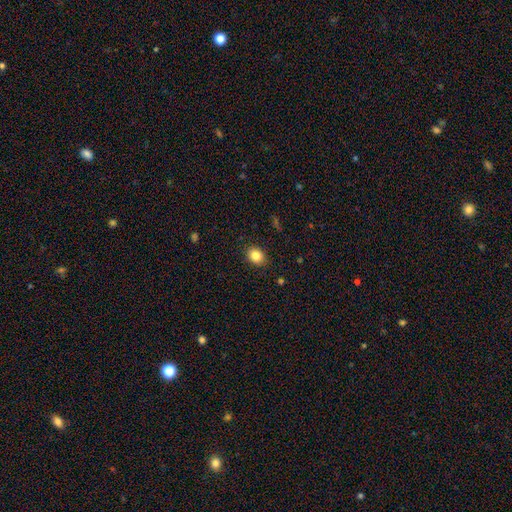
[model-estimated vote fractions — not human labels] This is clearly a smooth galaxy (84%). How rounded: possibly round (51%). Merging: clearly none (89%).